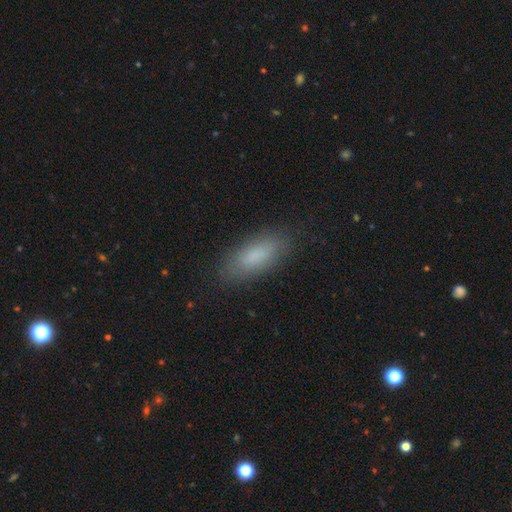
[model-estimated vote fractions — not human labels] A smooth galaxy with no disk features (82%) that is in between round and cigar-shaped (74%). Merging: none (84%).